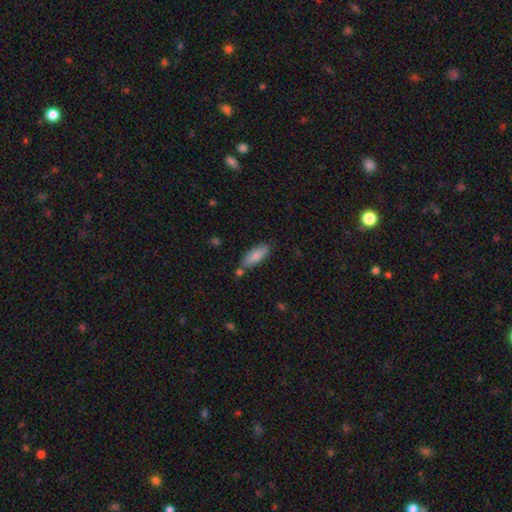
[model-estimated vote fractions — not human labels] This is clearly a smooth galaxy (83%). How rounded: likely in between (71%). Merging: likely none (74%).